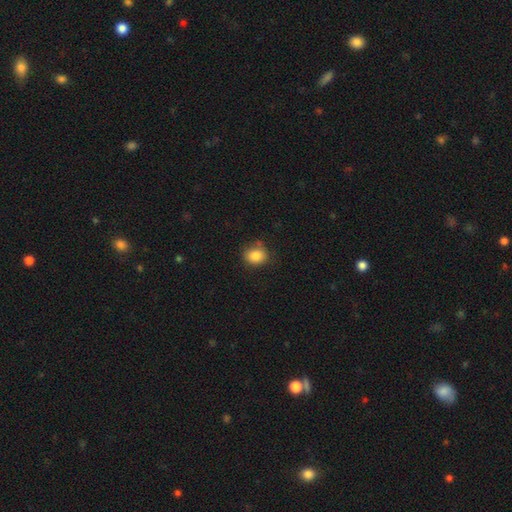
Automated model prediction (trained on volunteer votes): A smooth galaxy with no disk features (85%) that is round (62%).

Vote fractions:
- Smooth or featured? smooth: 85% / star or artifact: 10% / featured or disk: 5%
- How rounded? round: 62% / in between: 37% / cigar-shaped: 1%
- Merging? none: 74% / minor disturbance: 18% / major disturbance: 4% / merger: 3%